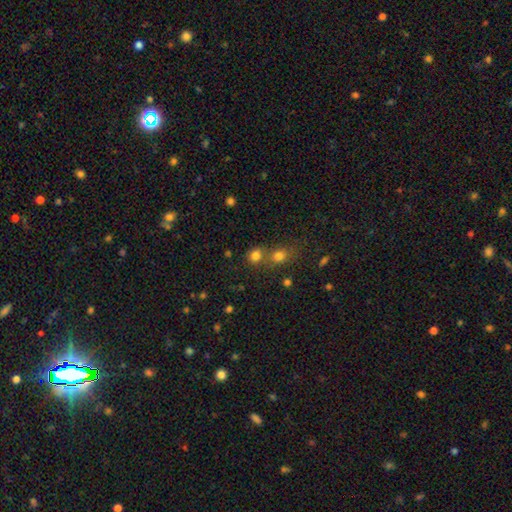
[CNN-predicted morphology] Q: Smooth or featured?
A: smooth (78%); runner-up: star or artifact (15%)
Q: How rounded?
A: round (74%); runner-up: in between (25%)
Q: Merging?
A: none (50%); runner-up: merger (39%)